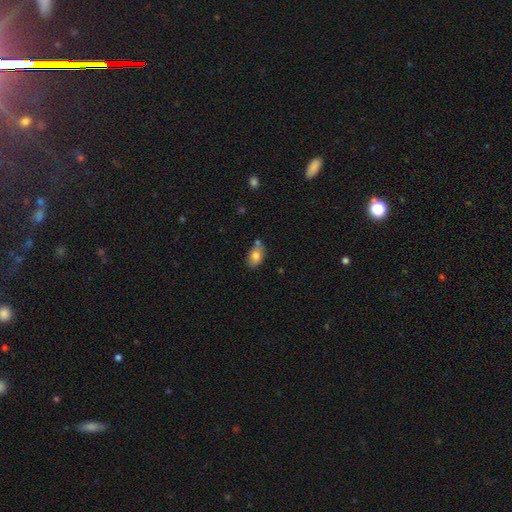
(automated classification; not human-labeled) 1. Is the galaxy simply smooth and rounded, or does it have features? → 80% smooth, 12% featured or disk, 8% star or artifact.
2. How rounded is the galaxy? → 89% in between, 9% round, 2% cigar-shaped.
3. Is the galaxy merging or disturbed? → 64% none, 18% minor disturbance, 14% merger, 4% major disturbance.